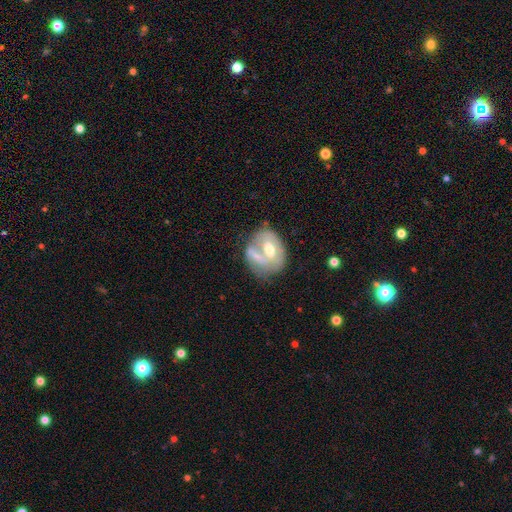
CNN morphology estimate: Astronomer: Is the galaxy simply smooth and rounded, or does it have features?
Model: featured or disk — 56% (runner-up: smooth, 38%).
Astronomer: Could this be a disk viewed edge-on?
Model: no — 95%.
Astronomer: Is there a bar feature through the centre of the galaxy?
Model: no — 46% (runner-up: weak, 35%).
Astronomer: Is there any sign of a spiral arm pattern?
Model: no — 69%.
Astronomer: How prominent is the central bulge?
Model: moderate — 70%.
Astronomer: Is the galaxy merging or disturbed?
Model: merger — 35% (runner-up: none, 31%).